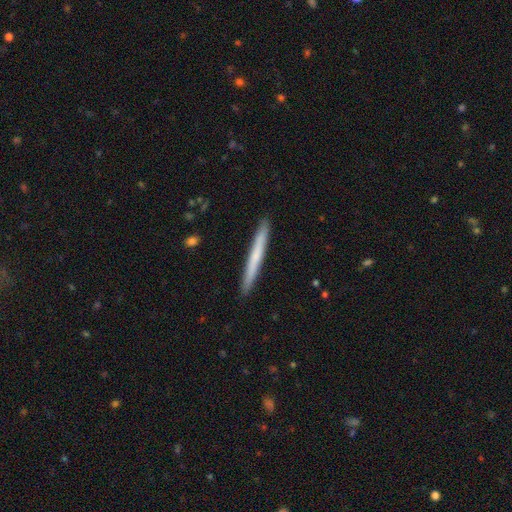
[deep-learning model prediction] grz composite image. It shows a smooth galaxy with no disk features (62%) that is cigar-shaped (97%). Merging: none (93%).